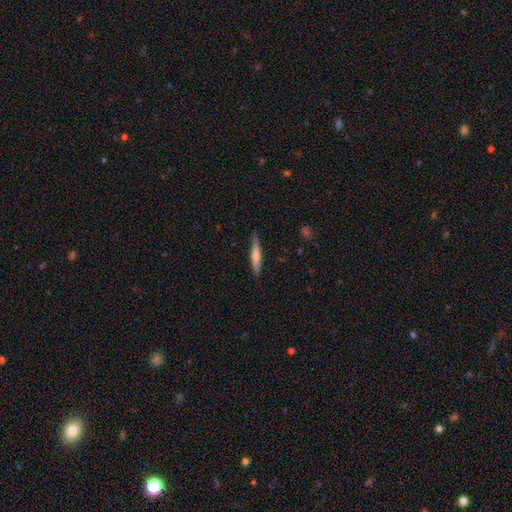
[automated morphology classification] This appears to be a smooth galaxy with no disk features (51%) that is cigar-shaped (91%). Merging: none (87%).